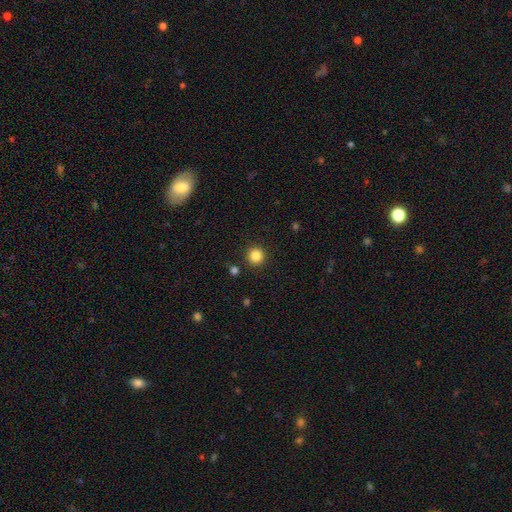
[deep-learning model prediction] Smooth or featured? Predicted: smooth (p=0.85). How rounded? Predicted: round (p=0.94). Merging? Predicted: none (p=0.91).